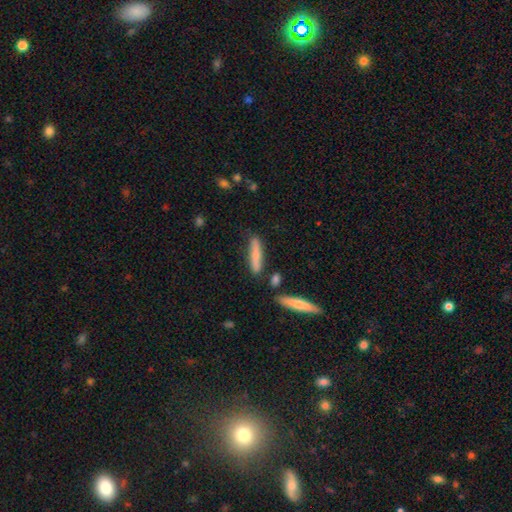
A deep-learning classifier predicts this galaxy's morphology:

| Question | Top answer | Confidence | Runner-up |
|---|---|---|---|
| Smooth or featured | smooth | 70% | featured or disk (24%) |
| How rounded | cigar-shaped | 85% | in between (13%) |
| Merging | none | 74% | minor disturbance (16%) |